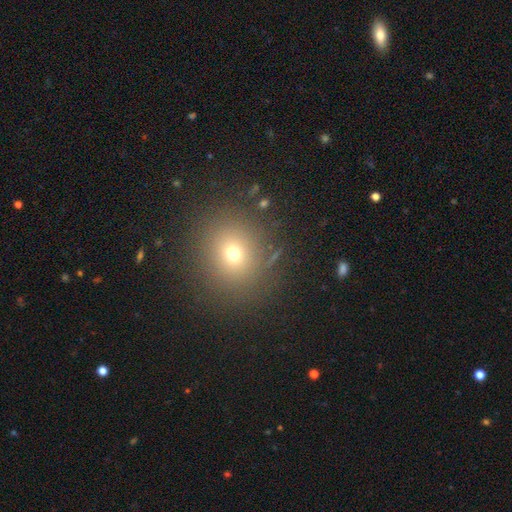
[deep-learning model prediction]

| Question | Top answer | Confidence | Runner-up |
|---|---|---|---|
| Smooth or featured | smooth | 62% | star or artifact (30%) |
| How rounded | round | 87% | in between (11%) |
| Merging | none | 90% | minor disturbance (6%) |